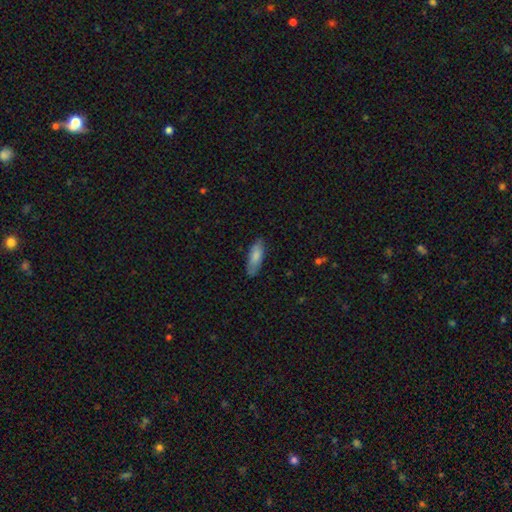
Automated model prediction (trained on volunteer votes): This appears to be a smooth galaxy with no disk features (81%) that is in between round and cigar-shaped (64%). Merging: none (82%).